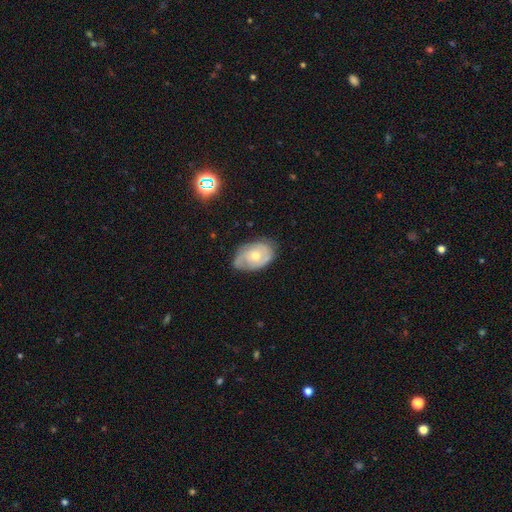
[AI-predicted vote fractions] Smooth or featured: featured or disk — 58% (smooth — 36%)
Edge-on disk: no — 95% (yes — 5%)
Bar: no — 81% (weak — 16%)
Spiral arms: yes — 74% (no — 26%)
Bulge size: moderate — 59% (small — 37%)
Merging: none — 62% (minor disturbance — 29%)